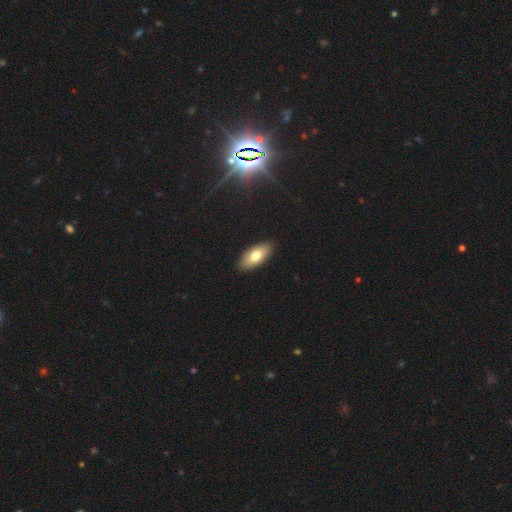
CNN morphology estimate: A smooth galaxy with no disk features (75%) that is in between round and cigar-shaped (88%). Merging: none (90%).